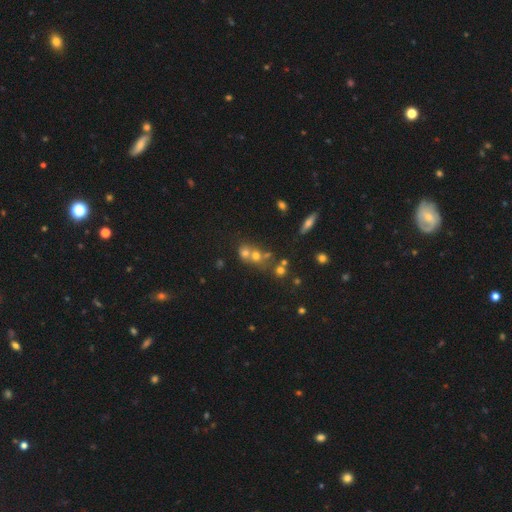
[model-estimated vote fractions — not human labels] Smooth or featured? smooth (53%)
How rounded? round (75%)
Merging? merger (54%)